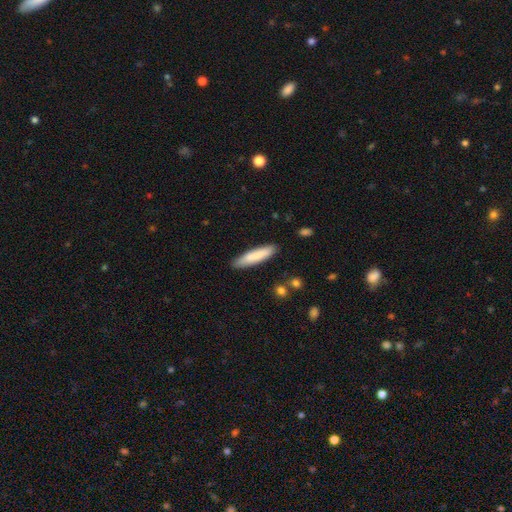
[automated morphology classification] smooth-or-featured: smooth: 82% | featured or disk: 12% | star or artifact: 6%
  how-rounded: cigar-shaped: 82% | in between: 17% | round: 1%
  merging: none: 87% | minor disturbance: 9% | major disturbance: 2% | merger: 2%